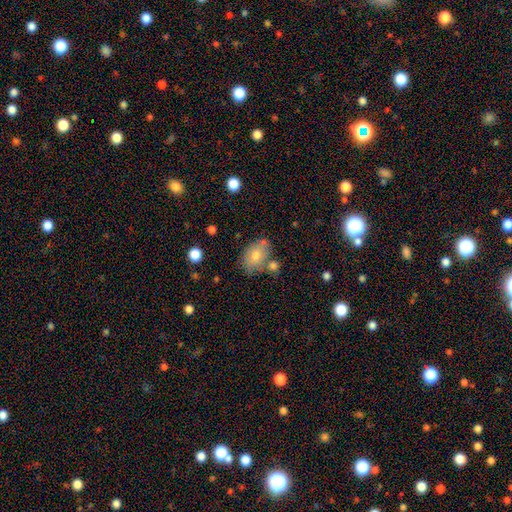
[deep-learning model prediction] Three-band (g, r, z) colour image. It shows a smooth galaxy with no disk features (71%) that is in between round and cigar-shaped (80%). Merging: none (64%).